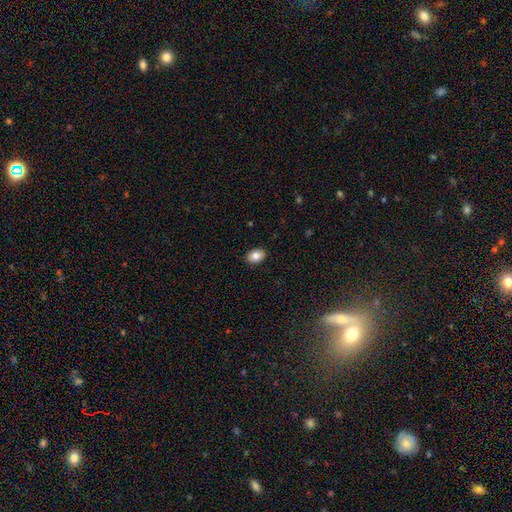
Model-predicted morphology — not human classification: smooth-or-featured: smooth: 81% | featured or disk: 10% | star or artifact: 8%
  how-rounded: in between: 76% | round: 23% | cigar-shaped: 1%
  merging: none: 88% | minor disturbance: 9% | major disturbance: 2% | merger: 1%